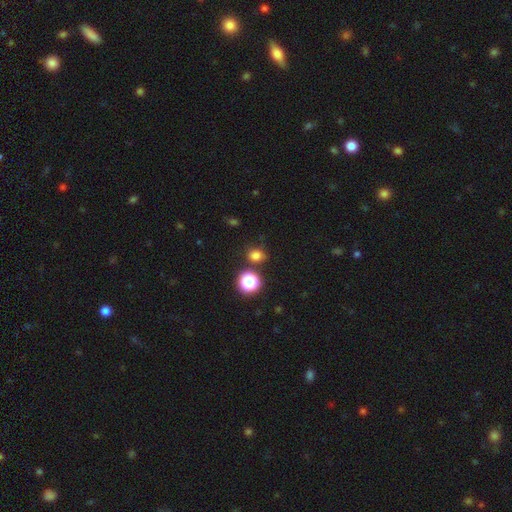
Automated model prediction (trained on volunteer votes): This appears to be a smooth galaxy with no disk features (76%) that is round (63%). Merging: none (78%).